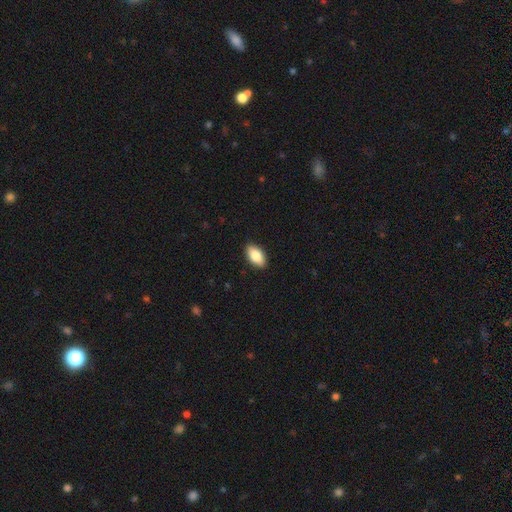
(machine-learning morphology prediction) Smooth or featured: smooth — 86% (featured or disk — 8%)
How rounded: in between — 93% (cigar-shaped — 3%)
Merging: none — 90% (minor disturbance — 7%)